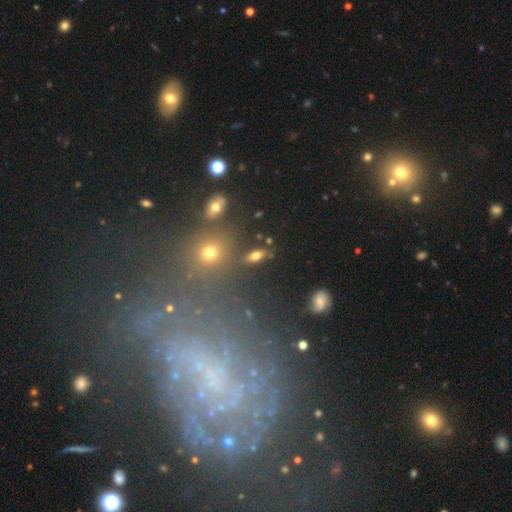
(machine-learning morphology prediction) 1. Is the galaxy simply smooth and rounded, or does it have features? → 63% smooth, 23% featured or disk, 14% star or artifact.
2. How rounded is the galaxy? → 74% in between, 16% cigar-shaped, 10% round.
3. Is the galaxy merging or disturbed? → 80% none, 10% minor disturbance, 6% merger, 4% major disturbance.